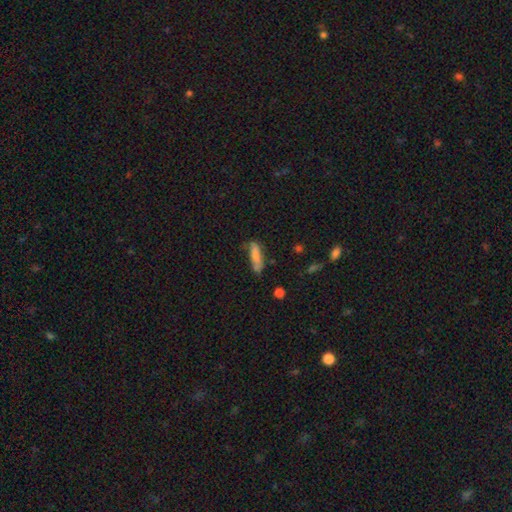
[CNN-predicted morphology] A smooth galaxy with no disk features (76%) that is cigar-shaped (63%).

Vote fractions:
- Smooth or featured? smooth: 76% / featured or disk: 16% / star or artifact: 8%
- How rounded? cigar-shaped: 63% / in between: 35% / round: 2%
- Merging? none: 53% / minor disturbance: 29% / major disturbance: 10% / merger: 8%